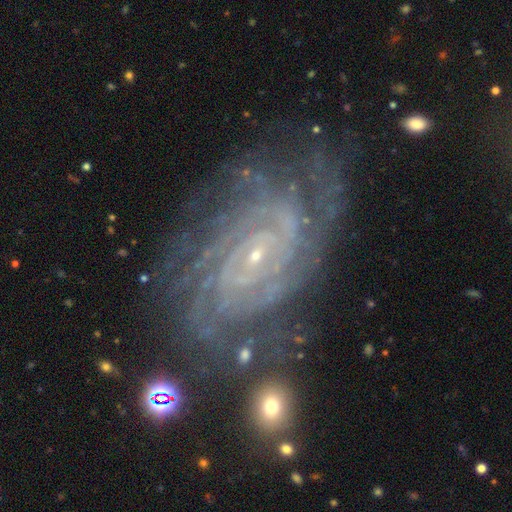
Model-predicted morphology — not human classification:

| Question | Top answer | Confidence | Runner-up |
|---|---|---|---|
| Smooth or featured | featured or disk | 89% | star or artifact (7%) |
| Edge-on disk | no | 96% | yes (4%) |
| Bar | no | 49% | weak (35%) |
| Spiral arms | yes | 98% | no (2%) |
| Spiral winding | tight | 77% | medium (19%) |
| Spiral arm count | can't tell | 26% | 4 (20%) |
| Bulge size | small | 87% | moderate (9%) |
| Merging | none | 73% | minor disturbance (17%) |